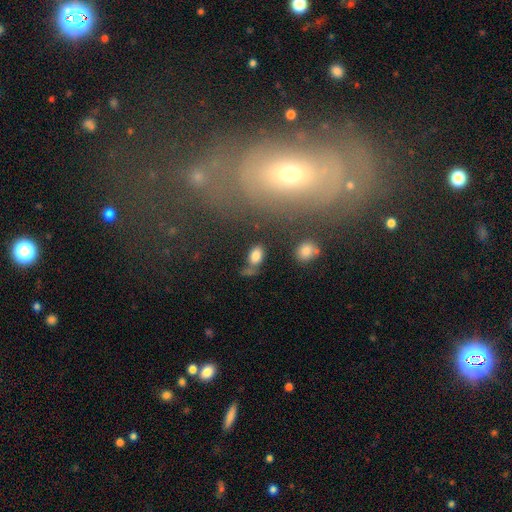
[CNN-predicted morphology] Overall: smooth (81%). How rounded: in between (89%). Merging: none (58%; minor disturbance 19%).